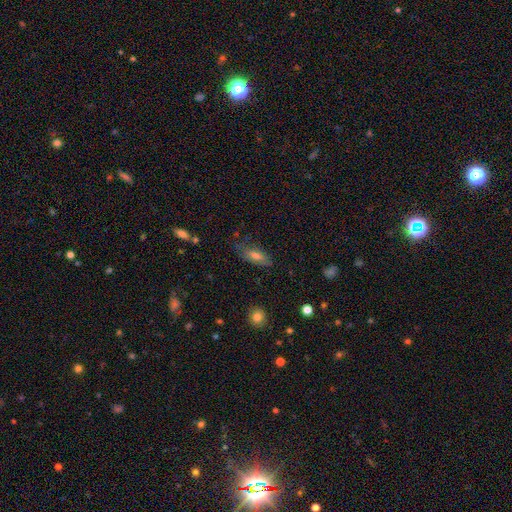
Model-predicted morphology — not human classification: Overall: smooth (65%; featured or disk 26%). How rounded: in between (73%). Merging: none (67%).